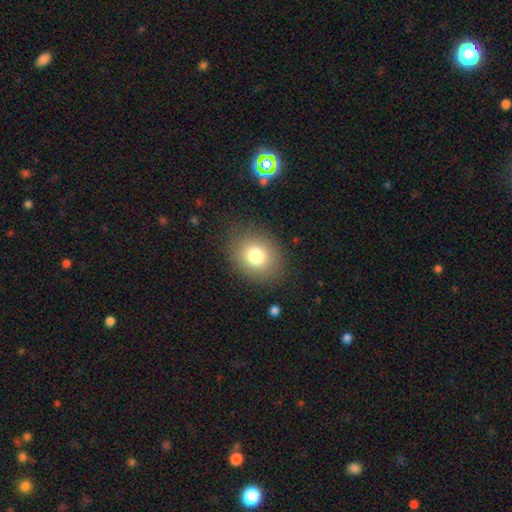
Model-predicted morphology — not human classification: Q: Smooth or featured?
A: smooth (79%); runner-up: star or artifact (11%)
Q: How rounded?
A: round (62%); runner-up: in between (37%)
Q: Merging?
A: none (85%); runner-up: minor disturbance (9%)